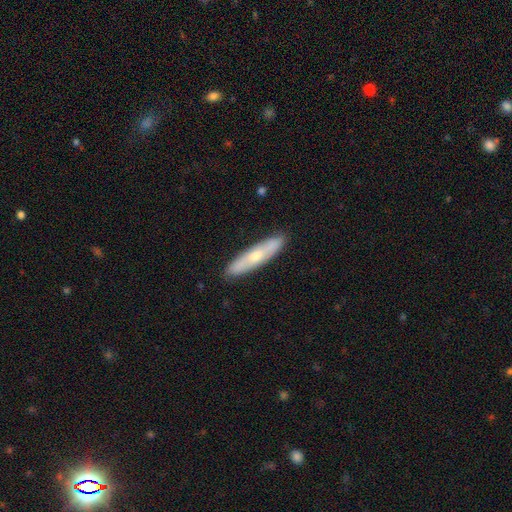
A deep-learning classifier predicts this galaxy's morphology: type=smooth (49%); merging=none (89%).